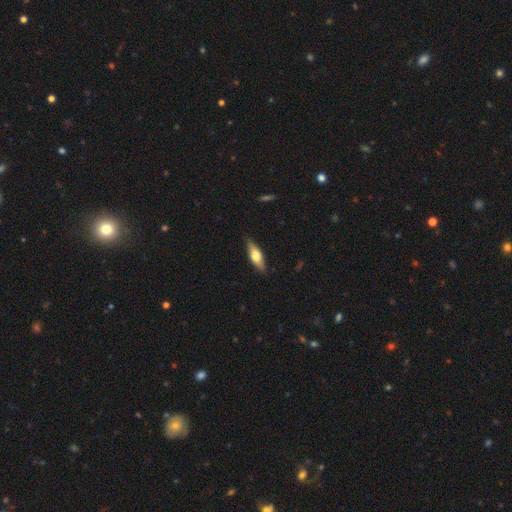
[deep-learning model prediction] A smooth galaxy with no disk features (58%) that is in between round and cigar-shaped (56%).

Vote fractions:
- Smooth or featured? smooth: 58% / featured or disk: 36% / star or artifact: 6%
- How rounded? in between: 56% / cigar-shaped: 41% / round: 3%
- Merging? none: 85% / minor disturbance: 11% / major disturbance: 2% / merger: 1%